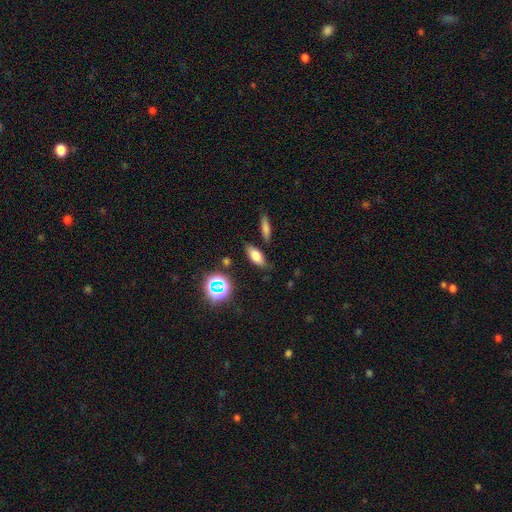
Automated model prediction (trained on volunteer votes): Q: Smooth or featured?
A: smooth (73%); runner-up: star or artifact (15%)
Q: How rounded?
A: in between (78%); runner-up: cigar-shaped (15%)
Q: Merging?
A: none (78%); runner-up: minor disturbance (14%)